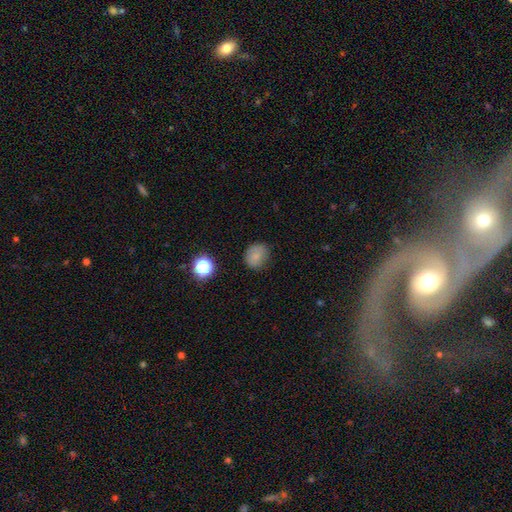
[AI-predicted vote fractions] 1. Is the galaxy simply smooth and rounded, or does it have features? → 76% smooth, 14% star or artifact, 10% featured or disk.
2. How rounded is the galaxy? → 69% round, 30% in between, 1% cigar-shaped.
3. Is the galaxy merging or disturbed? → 74% none, 20% minor disturbance, 5% major disturbance, 2% merger.